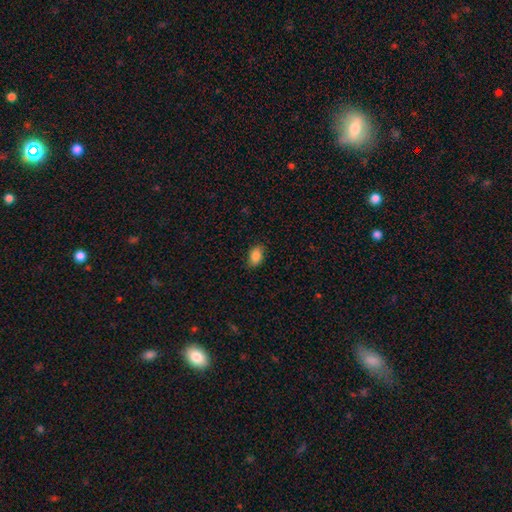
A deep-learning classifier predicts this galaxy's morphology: smooth 87%, star or artifact 8%, featured or disk 5%. Down the decision tree: how rounded — in between (88%); merging — none (83%).